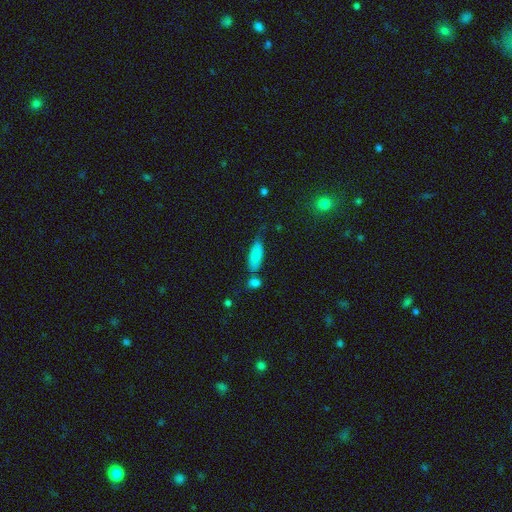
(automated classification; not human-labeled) Q: Smooth or featured?
A: smooth (77%); runner-up: featured or disk (15%)
Q: How rounded?
A: in between (75%); runner-up: cigar-shaped (22%)
Q: Merging?
A: none (53%); runner-up: minor disturbance (25%)